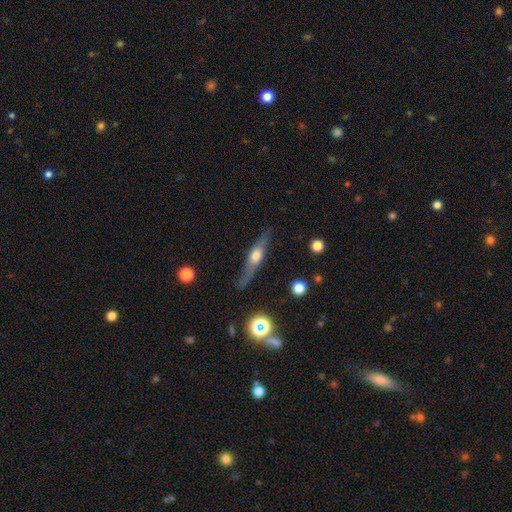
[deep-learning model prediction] smooth_or_featured: featured or disk (p=0.68) [alt: smooth p=0.26]
disk_edge_on: yes (p=0.92) [alt: no p=0.08]
edge_on_bulge: rounded (p=0.90) [alt: boxy p=0.07]
merging: none (p=0.79) [alt: minor disturbance p=0.15]